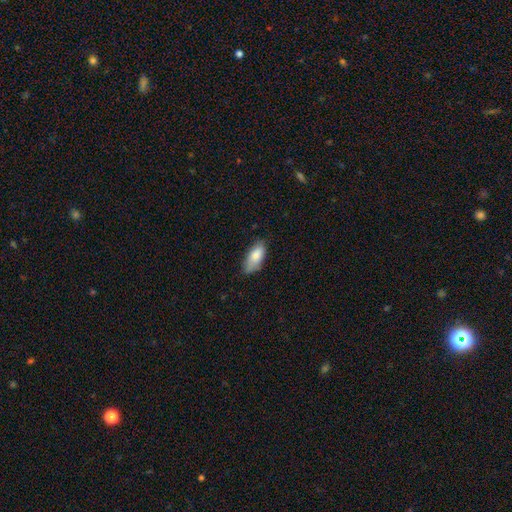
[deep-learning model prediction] A smooth galaxy with no disk features (84%) that is in between round and cigar-shaped (87%). Merging: none (64%).